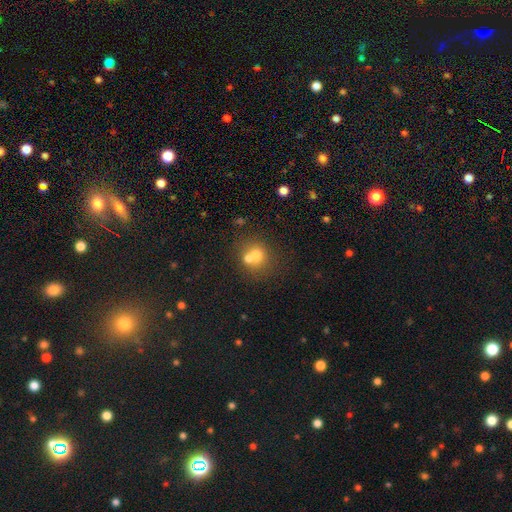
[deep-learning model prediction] This appears to be a smooth galaxy with no disk features (66%) that is round (82%). Merging: merger (46%).